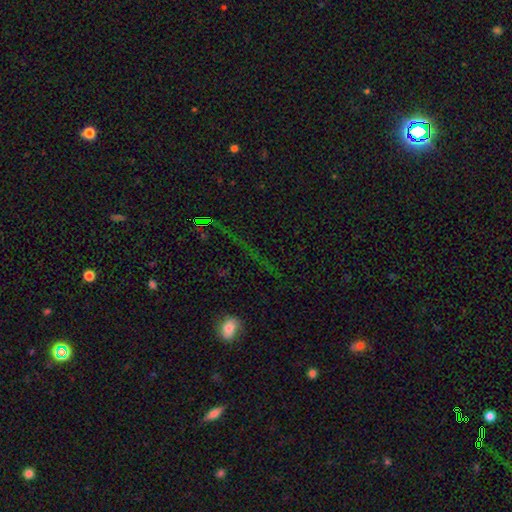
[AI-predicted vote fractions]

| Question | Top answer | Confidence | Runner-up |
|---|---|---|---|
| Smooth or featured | star or artifact | 64% | smooth (21%) |